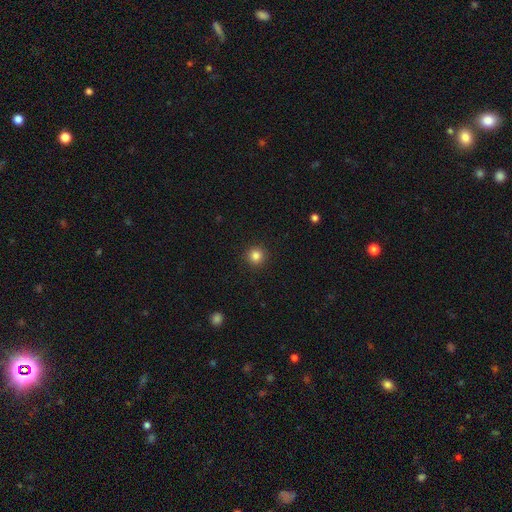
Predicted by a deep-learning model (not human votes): Smooth or featured?
  - smooth: 85% *
  - star or artifact: 11%
  - featured or disk: 4%
How rounded?
  - round: 95% *
  - in between: 4%
  - cigar-shaped: 1%
Merging?
  - none: 92% *
  - minor disturbance: 5%
  - major disturbance: 2%
  - merger: 1%